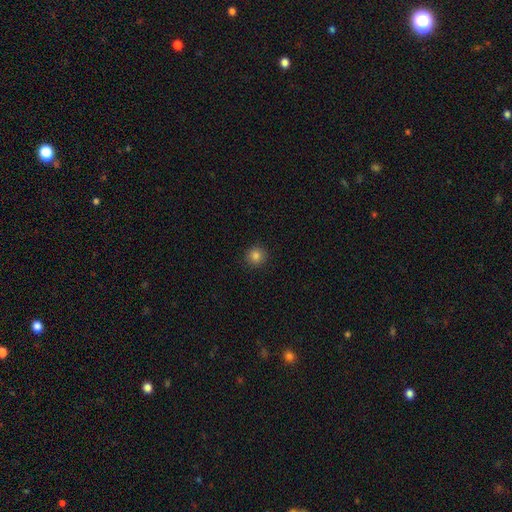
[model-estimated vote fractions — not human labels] smooth 83%, star or artifact 12%, featured or disk 5%. Down the decision tree: how rounded — round (93%); merging — none (92%).